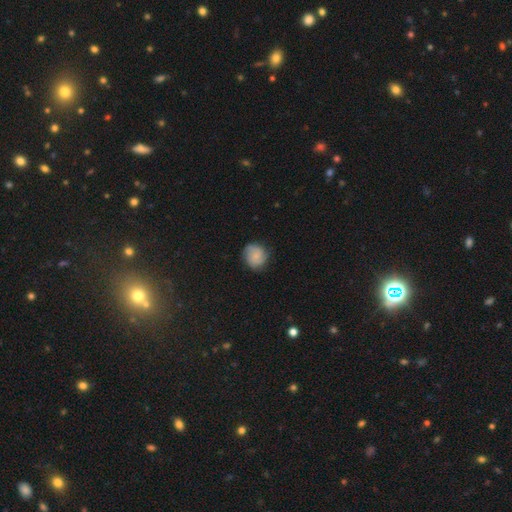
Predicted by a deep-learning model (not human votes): Smooth or featured: smooth — 58% (featured or disk — 33%)
How rounded: round — 86% (in between — 13%)
Merging: none — 79% (minor disturbance — 16%)